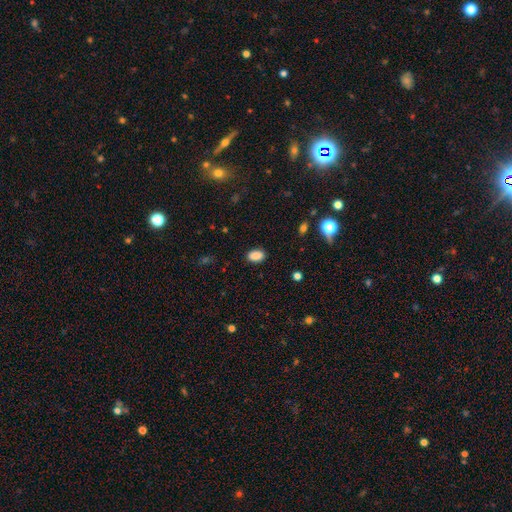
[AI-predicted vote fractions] A smooth galaxy with no disk features (88%) that is in between round and cigar-shaped (89%). Merging: none (87%).